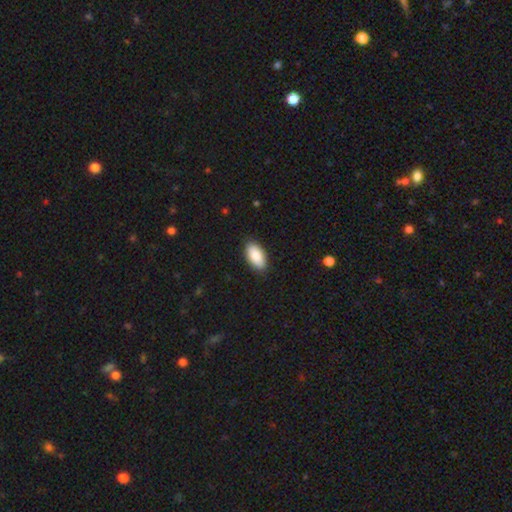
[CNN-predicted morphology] smooth 88%, featured or disk 6%, star or artifact 6%. Down the decision tree: how rounded — in between (94%); merging — none (89%).